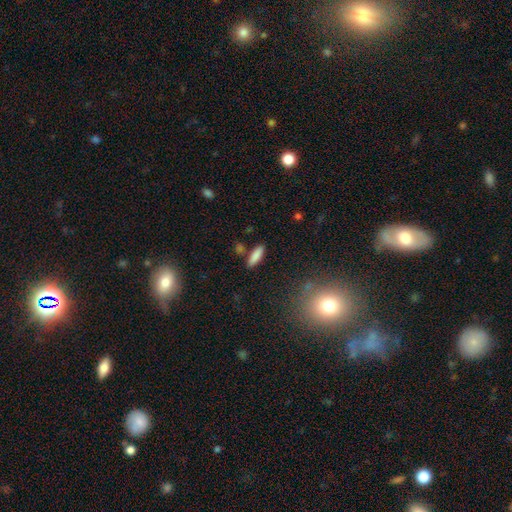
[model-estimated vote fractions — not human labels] Smooth or featured?
  - smooth: 86% *
  - star or artifact: 7%
  - featured or disk: 7%
How rounded?
  - cigar-shaped: 50% *
  - in between: 48%
  - round: 2%
Merging?
  - none: 82% *
  - minor disturbance: 10%
  - merger: 5%
  - major disturbance: 3%